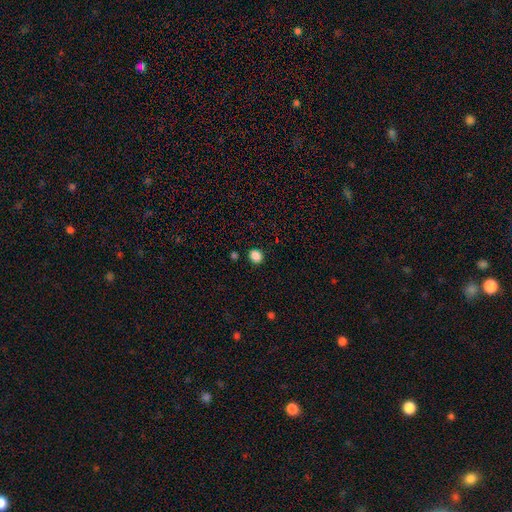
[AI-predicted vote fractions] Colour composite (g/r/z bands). It shows a smooth galaxy with no disk features (87%) that is round (72%). Merging: none (89%).